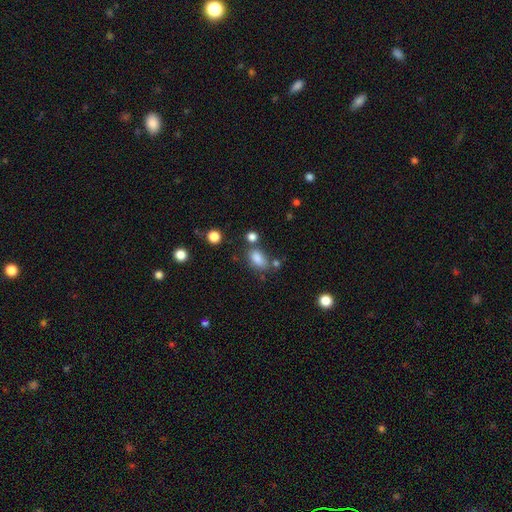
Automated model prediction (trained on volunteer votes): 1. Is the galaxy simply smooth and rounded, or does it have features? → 80% smooth, 13% star or artifact, 7% featured or disk.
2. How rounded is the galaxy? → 83% in between, 14% round, 3% cigar-shaped.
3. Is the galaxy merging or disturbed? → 63% none, 17% minor disturbance, 13% merger, 6% major disturbance.